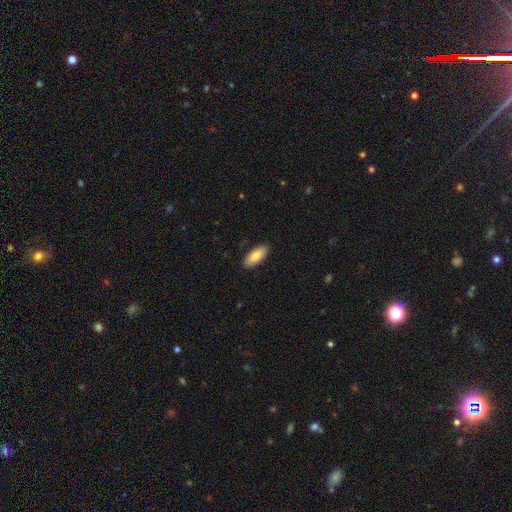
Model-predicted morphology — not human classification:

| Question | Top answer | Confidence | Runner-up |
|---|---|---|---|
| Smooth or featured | smooth | 81% | featured or disk (14%) |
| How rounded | in between | 85% | cigar-shaped (13%) |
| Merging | none | 89% | minor disturbance (9%) |